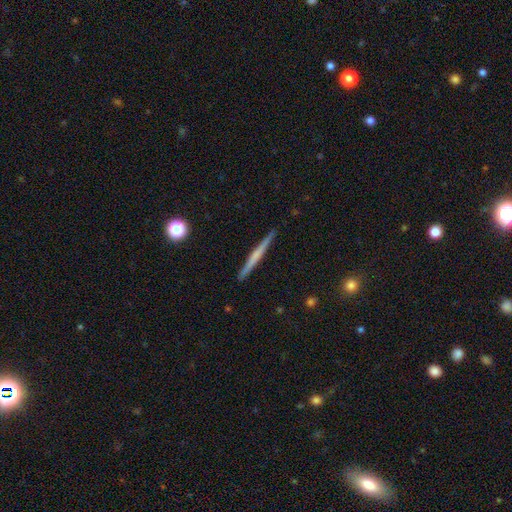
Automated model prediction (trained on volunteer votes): This appears to be a featured or disk galaxy (55%) viewed edge-on (98%) with no central bulge (68%). Merging: none (92%).